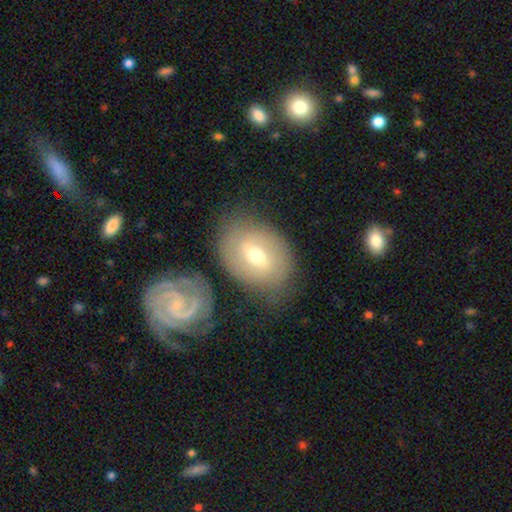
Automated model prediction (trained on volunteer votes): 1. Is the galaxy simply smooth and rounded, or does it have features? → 57% featured or disk, 37% smooth, 7% star or artifact.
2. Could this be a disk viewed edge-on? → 92% no, 8% yes.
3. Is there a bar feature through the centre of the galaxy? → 52% weak, 27% strong, 21% no.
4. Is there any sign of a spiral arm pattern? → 78% yes, 22% no.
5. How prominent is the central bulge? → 58% moderate, 36% small, 3% large, 1% none, 1% dominant.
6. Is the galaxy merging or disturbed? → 71% none, 16% minor disturbance, 8% merger, 5% major disturbance.